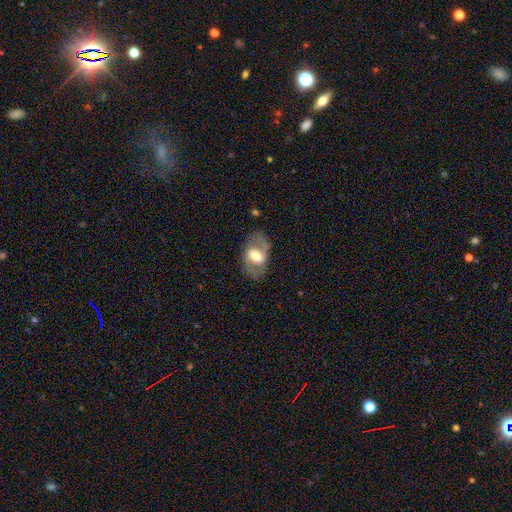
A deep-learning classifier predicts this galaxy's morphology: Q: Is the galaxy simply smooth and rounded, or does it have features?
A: featured or disk — 60%.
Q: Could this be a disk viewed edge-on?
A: no — 93%.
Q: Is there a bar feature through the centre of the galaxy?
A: weak — 42%.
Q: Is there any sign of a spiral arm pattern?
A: yes — 58%.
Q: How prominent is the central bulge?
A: moderate — 51%.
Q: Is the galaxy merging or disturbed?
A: none — 72%.